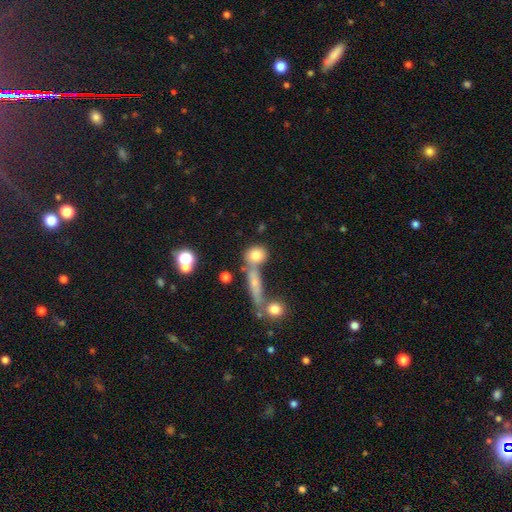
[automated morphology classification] smooth 74%, featured or disk 15%, star or artifact 11%. Down the decision tree: how rounded — round (67%); merging — none (54%).